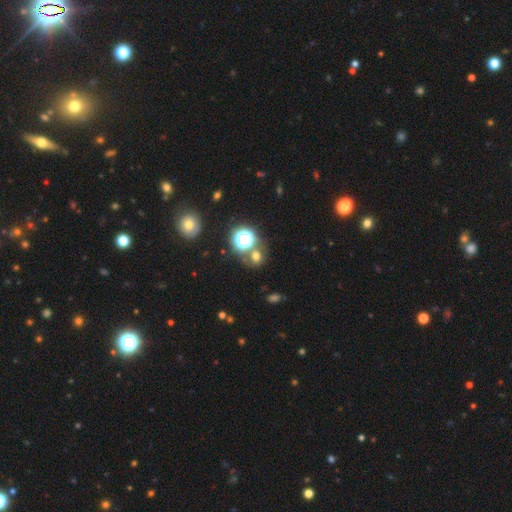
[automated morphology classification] The model was most divided on "smooth or featured": smooth: 53%, star or artifact: 35%, featured or disk: 12%. More confident: how rounded — round (75%); merging — none (65%).